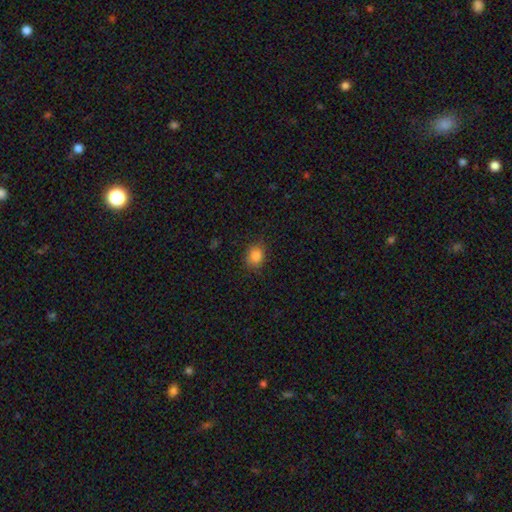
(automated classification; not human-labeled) Q: Smooth or featured?
A: smooth (85%); runner-up: star or artifact (10%)
Q: How rounded?
A: round (57%); runner-up: in between (42%)
Q: Merging?
A: none (83%); runner-up: minor disturbance (13%)